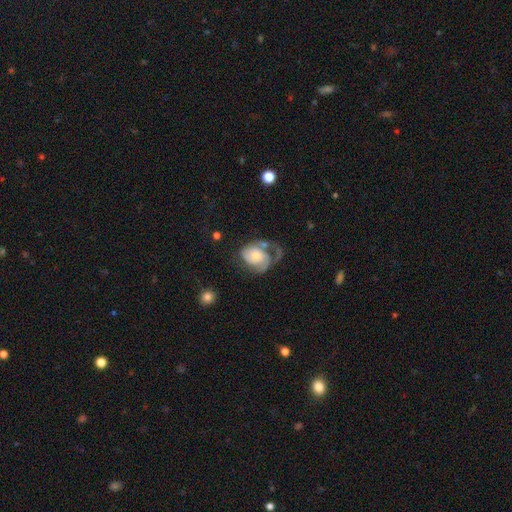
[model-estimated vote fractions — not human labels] Smooth or featured? featured or disk (70%)
Edge-on disk? no (97%)
Bar? no (77%)
Spiral arms? yes (87%)
Spiral winding? tight (38%)
Spiral arm count? 1 (40%)
Bulge size? moderate (50%)
Merging? major disturbance (41%)